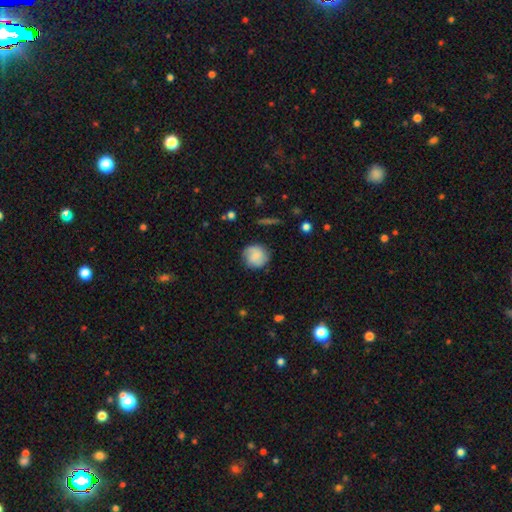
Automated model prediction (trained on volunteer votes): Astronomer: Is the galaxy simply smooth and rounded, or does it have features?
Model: smooth — 62%.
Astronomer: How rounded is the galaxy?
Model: round — 88%.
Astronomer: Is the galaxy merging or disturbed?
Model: none — 76%.